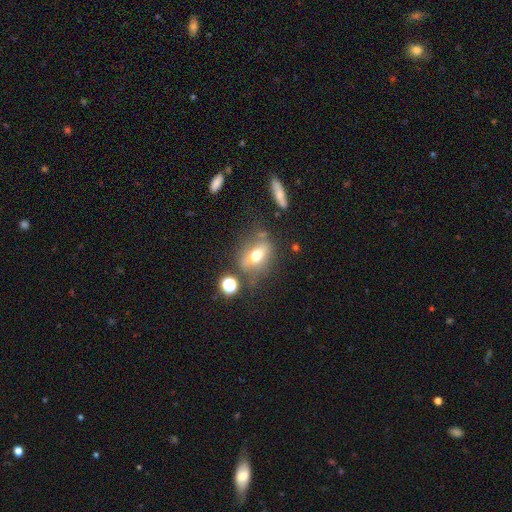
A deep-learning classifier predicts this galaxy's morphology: A smooth galaxy with no disk features (58%) that is in between round and cigar-shaped (64%). Merging: none (64%).